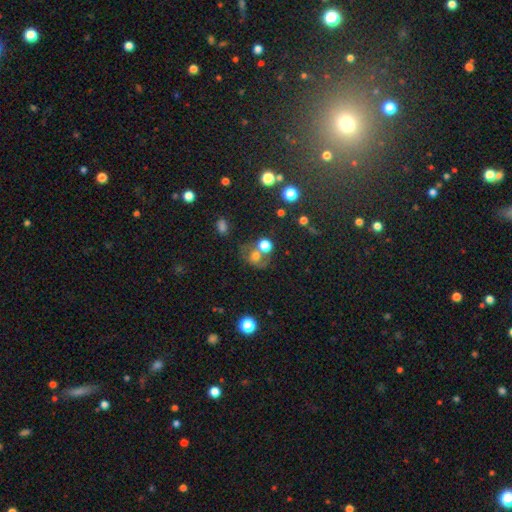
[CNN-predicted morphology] smooth 57%, featured or disk 23%, star or artifact 20%. Down the decision tree: how rounded — round (70%); merging — none (40%).